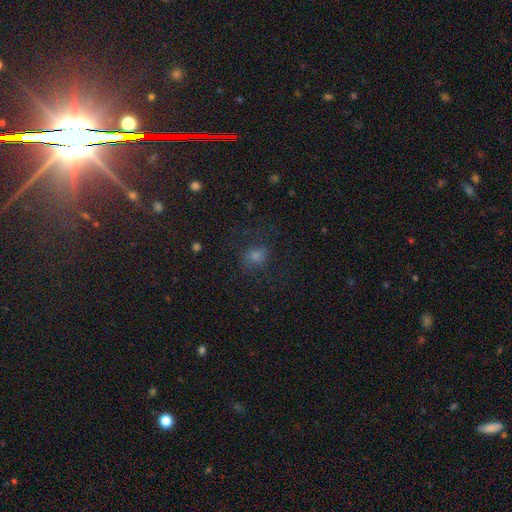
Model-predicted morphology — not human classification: Smooth or featured? Predicted: smooth (p=0.50). Merging? Predicted: none (p=0.70).